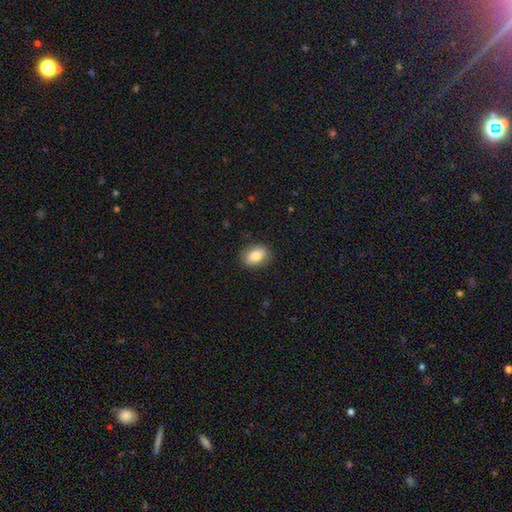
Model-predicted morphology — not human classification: The model was most divided on "how rounded": in between: 77%, round: 21%, cigar-shaped: 2%. More confident: merging — none (86%); smooth or featured — smooth (78%).